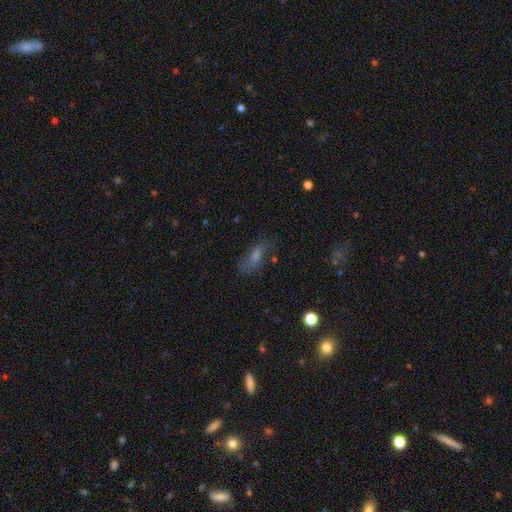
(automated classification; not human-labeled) smooth 45%, featured or disk 32%, star or artifact 23%. Down the decision tree: merging — none (64%).